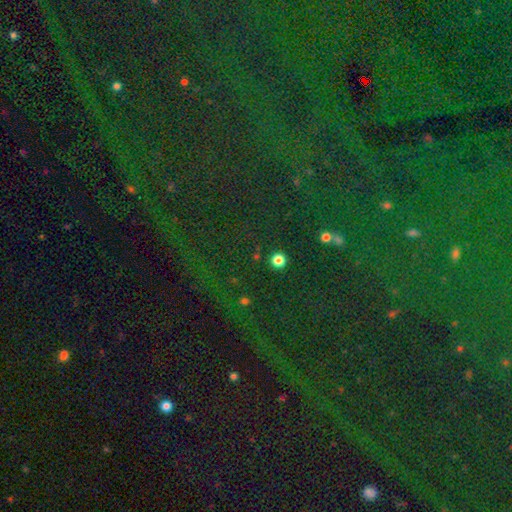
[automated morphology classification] Smooth or featured?
  - star or artifact: 84% *
  - smooth: 8%
  - featured or disk: 7%